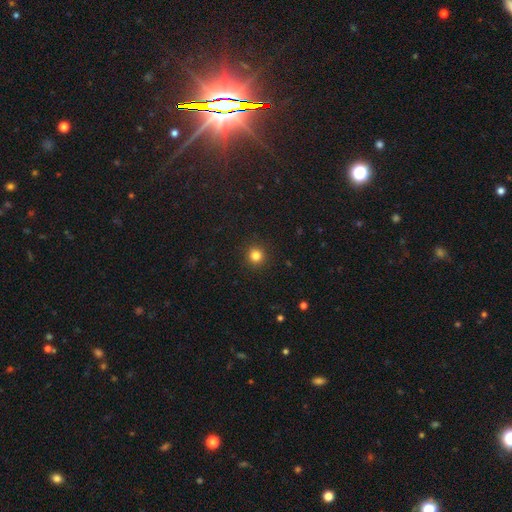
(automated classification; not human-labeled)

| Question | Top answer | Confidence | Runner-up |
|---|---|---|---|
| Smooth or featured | smooth | 83% | star or artifact (13%) |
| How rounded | round | 95% | in between (4%) |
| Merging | none | 93% | minor disturbance (5%) |